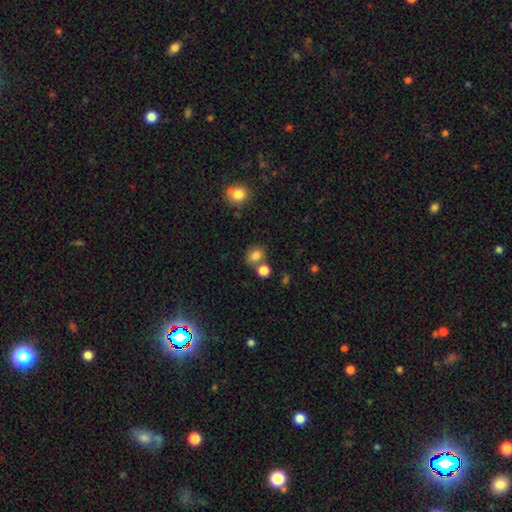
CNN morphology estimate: smooth-or-featured: smooth: 81% | star or artifact: 12% | featured or disk: 7%
  how-rounded: in between: 54% | round: 44% | cigar-shaped: 1%
  merging: none: 61% | merger: 23% | minor disturbance: 13% | major disturbance: 4%